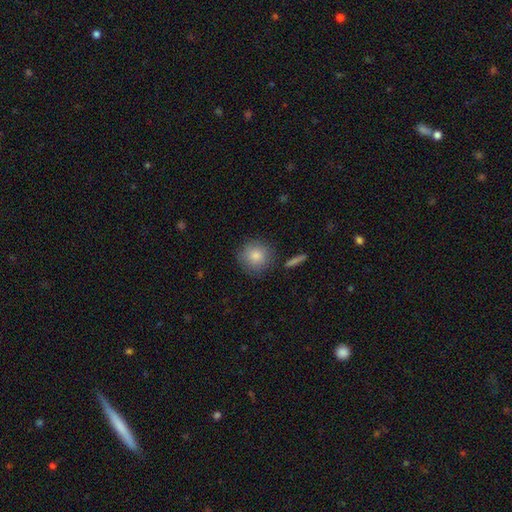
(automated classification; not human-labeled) smooth-or-featured: smooth: 85% | featured or disk: 8% | star or artifact: 8%
  how-rounded: round: 92% | in between: 7% | cigar-shaped: 1%
  merging: none: 84% | minor disturbance: 10% | merger: 3% | major disturbance: 3%